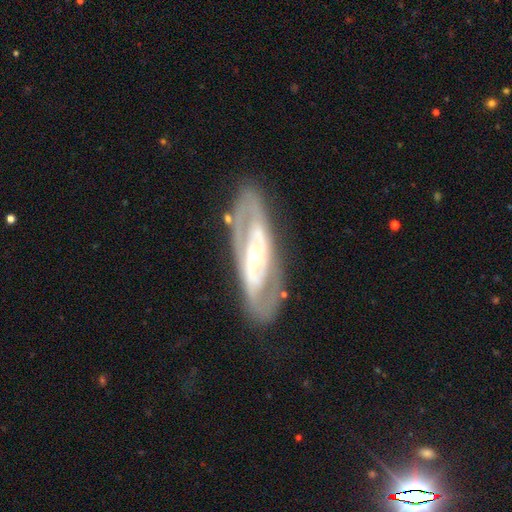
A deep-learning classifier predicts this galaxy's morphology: A featured or disk galaxy (81%) with no bar (55%), spiral arms (62%) and a small central bulge (55%). Merging: none (79%).